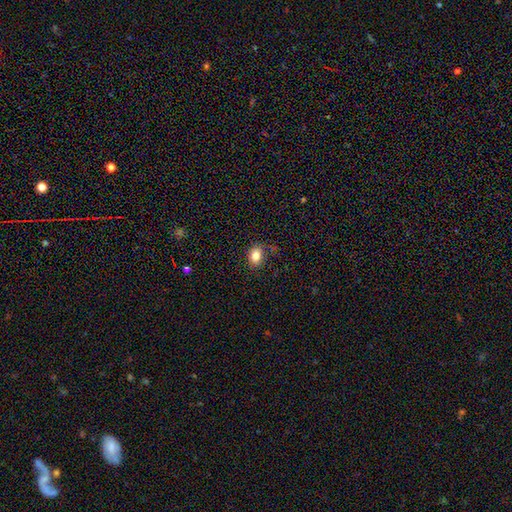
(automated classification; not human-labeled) smooth_or_featured: smooth (p=0.83) [alt: star or artifact p=0.10]
how_rounded: in between (p=0.70) [alt: round p=0.29]
merging: none (p=0.81) [alt: minor disturbance p=0.14]